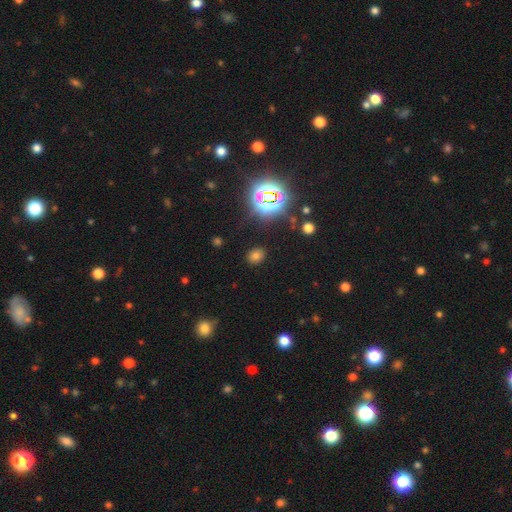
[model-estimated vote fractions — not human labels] Smooth or featured? Predicted: smooth (p=0.66). How rounded? Predicted: round (p=0.57). Merging? Predicted: none (p=0.87).